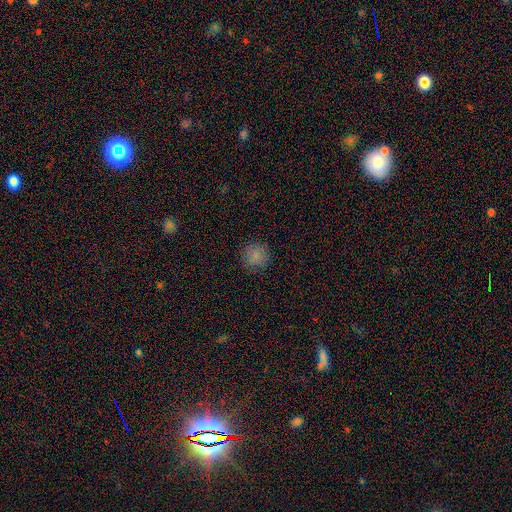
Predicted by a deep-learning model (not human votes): Q: Smooth or featured?
A: smooth (81%); runner-up: star or artifact (13%)
Q: How rounded?
A: round (92%); runner-up: in between (7%)
Q: Merging?
A: none (86%); runner-up: minor disturbance (10%)